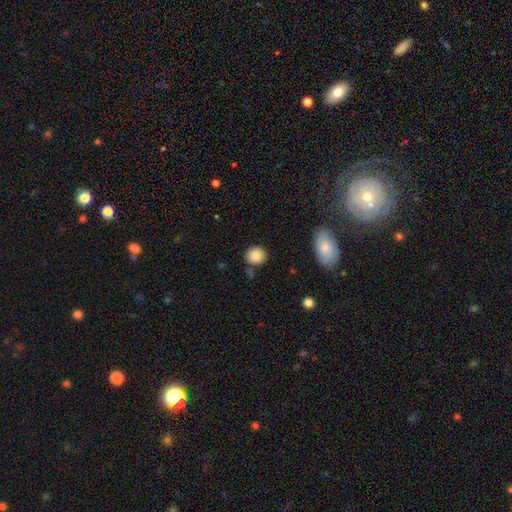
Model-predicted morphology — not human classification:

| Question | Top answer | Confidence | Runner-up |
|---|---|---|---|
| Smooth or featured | smooth | 86% | star or artifact (8%) |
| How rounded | round | 75% | in between (24%) |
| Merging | none | 82% | minor disturbance (11%) |